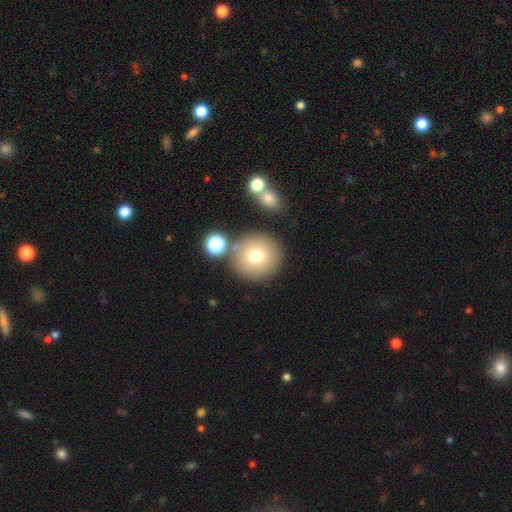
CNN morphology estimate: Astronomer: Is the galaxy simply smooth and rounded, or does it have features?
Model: smooth — 74%.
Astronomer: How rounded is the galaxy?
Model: round — 93%.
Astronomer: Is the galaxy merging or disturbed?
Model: none — 80%.